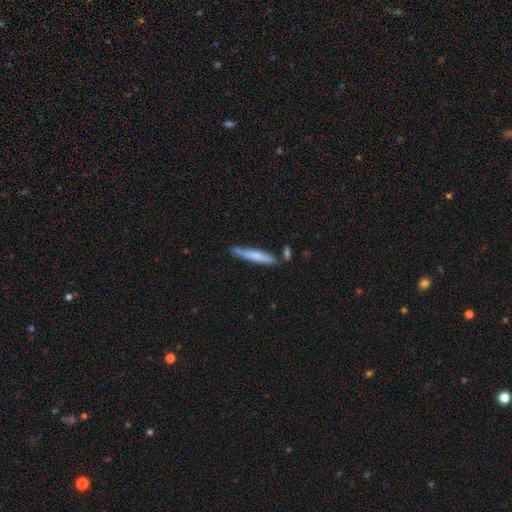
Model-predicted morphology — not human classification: smooth-or-featured: smooth: 68% | featured or disk: 27% | star or artifact: 5%
  how-rounded: cigar-shaped: 93% | in between: 6% | round: 1%
  merging: none: 74% | minor disturbance: 17% | merger: 6% | major disturbance: 3%